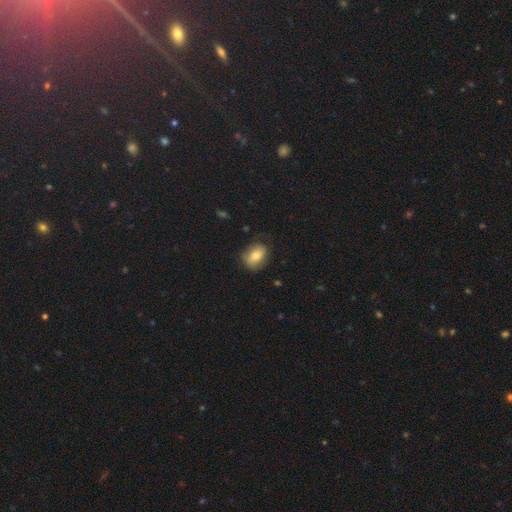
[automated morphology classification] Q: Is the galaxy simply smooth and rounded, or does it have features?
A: smooth — 72%.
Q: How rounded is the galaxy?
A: in between — 66%.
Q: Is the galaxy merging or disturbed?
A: none — 75%.